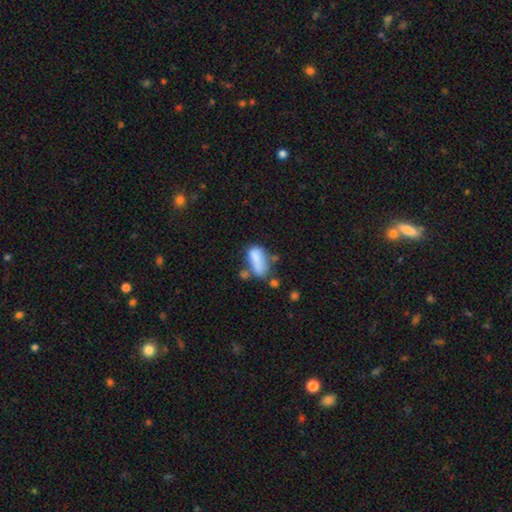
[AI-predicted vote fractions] Overall: smooth (70%). How rounded: in between (83%). Merging: merger (30%; none 28%).